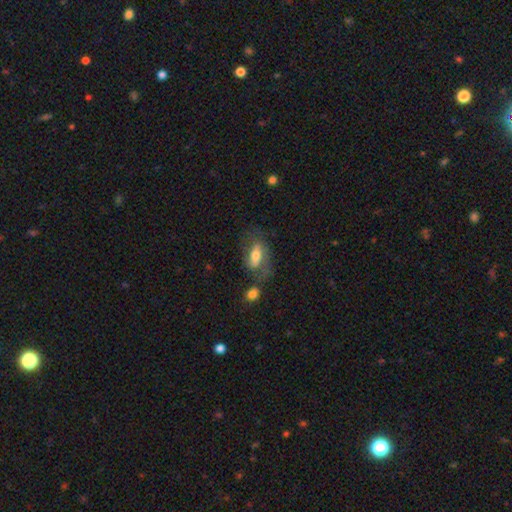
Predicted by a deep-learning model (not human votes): A smooth galaxy with no disk features (48%).

Vote fractions:
- Smooth or featured? smooth: 48% / featured or disk: 45% / star or artifact: 7%
- Merging? none: 49% / minor disturbance: 21% / major disturbance: 17% / merger: 12%